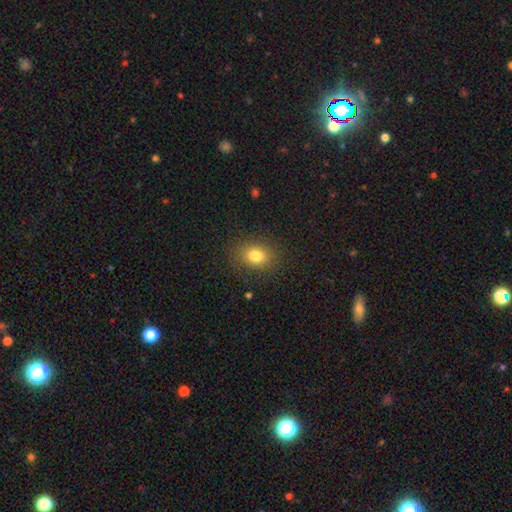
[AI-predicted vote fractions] A smooth galaxy with no disk features (80%) that is in between round and cigar-shaped (54%). Merging: none (85%).